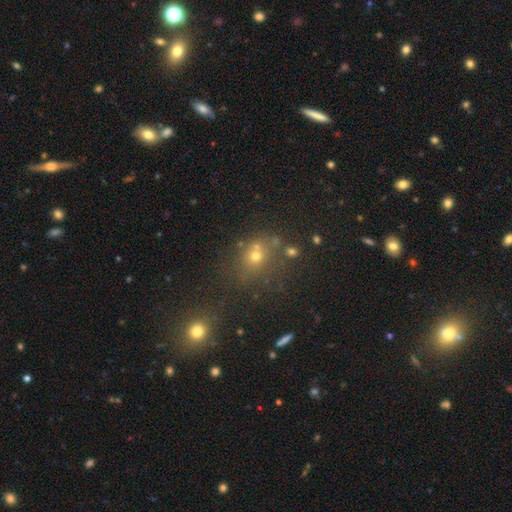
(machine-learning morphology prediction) smooth-or-featured: smooth: 59% | star or artifact: 28% | featured or disk: 13%
  how-rounded: round: 73% | in between: 25% | cigar-shaped: 1%
  merging: none: 61% | merger: 20% | minor disturbance: 13% | major disturbance: 7%